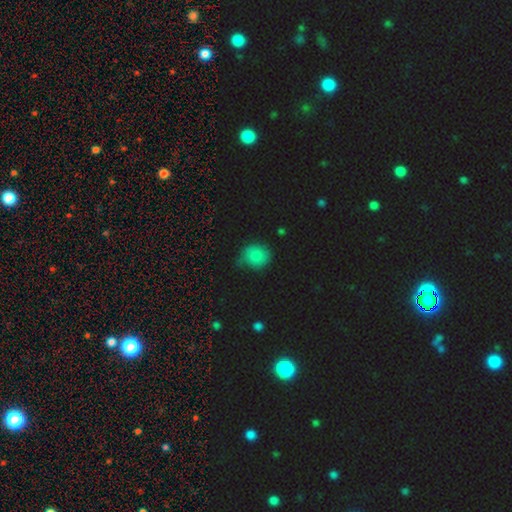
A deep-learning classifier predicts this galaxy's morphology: smooth-or-featured: smooth: 79% | star or artifact: 13% | featured or disk: 8%
  how-rounded: round: 74% | in between: 25% | cigar-shaped: 1%
  merging: none: 52% | minor disturbance: 36% | major disturbance: 9% | merger: 3%